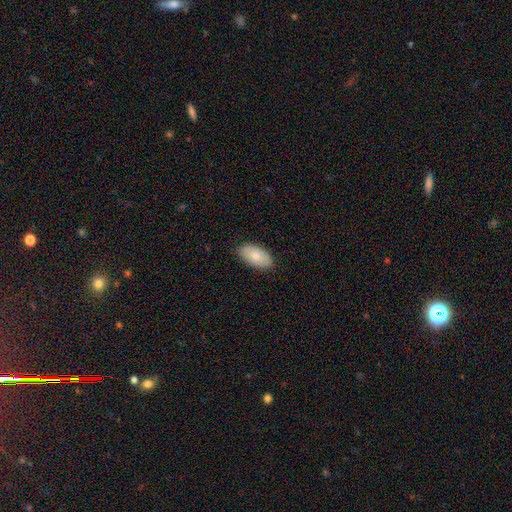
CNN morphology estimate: smooth 82%, featured or disk 12%, star or artifact 6%. Down the decision tree: how rounded — in between (95%); merging — none (86%).